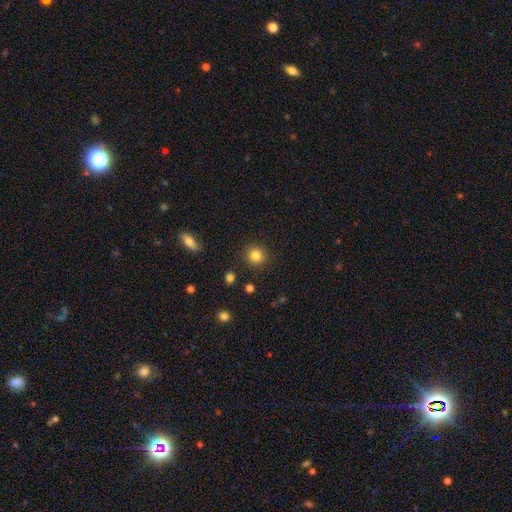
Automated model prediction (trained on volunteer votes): smooth_or_featured: smooth (p=0.84) [alt: star or artifact p=0.11]
how_rounded: round (p=0.90) [alt: in between p=0.09]
merging: none (p=0.89) [alt: minor disturbance p=0.07]